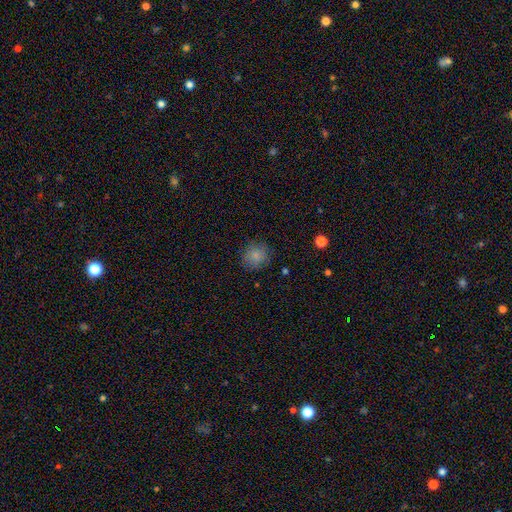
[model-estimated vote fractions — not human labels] This is clearly a smooth galaxy (83%). How rounded: clearly round (84%). Merging: clearly none (83%).